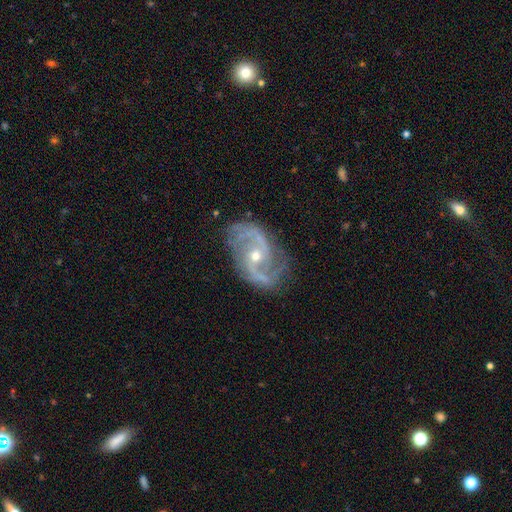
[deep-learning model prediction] Q: Smooth or featured?
A: featured or disk (90%); runner-up: star or artifact (6%)
Q: Edge-on disk?
A: no (97%); runner-up: yes (3%)
Q: Bar?
A: no (57%); runner-up: weak (32%)
Q: Spiral arms?
A: yes (97%); runner-up: no (3%)
Q: Spiral winding?
A: medium (51%); runner-up: loose (27%)
Q: Spiral arm count?
A: 2 (82%); runner-up: 3 (6%)
Q: Bulge size?
A: small (50%); runner-up: moderate (47%)
Q: Merging?
A: none (73%); runner-up: minor disturbance (18%)